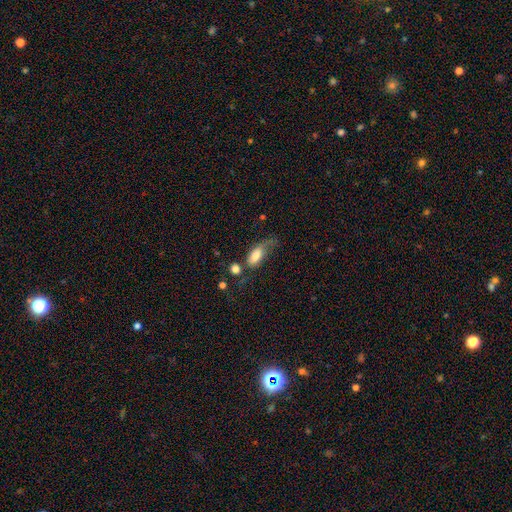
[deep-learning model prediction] A smooth galaxy with no disk features (73%) that is in between round and cigar-shaped (87%). Merging: major disturbance (37%).